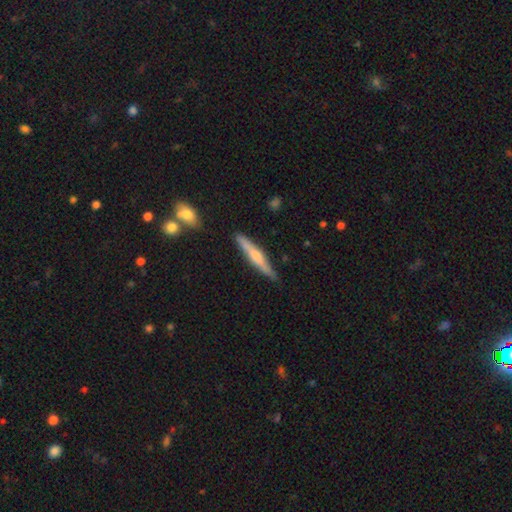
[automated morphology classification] Smooth or featured: featured or disk — 55% (smooth — 39%)
Edge-on disk: yes — 96% (no — 4%)
Edge-on bulge: rounded — 77% (none — 14%)
Merging: none — 87% (minor disturbance — 9%)